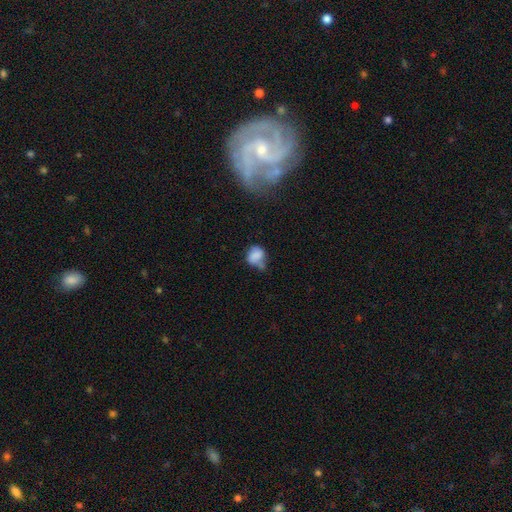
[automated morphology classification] Smooth or featured? Predicted: smooth (p=0.76). How rounded? Predicted: in between (p=0.52). Merging? Predicted: minor disturbance (p=0.34).